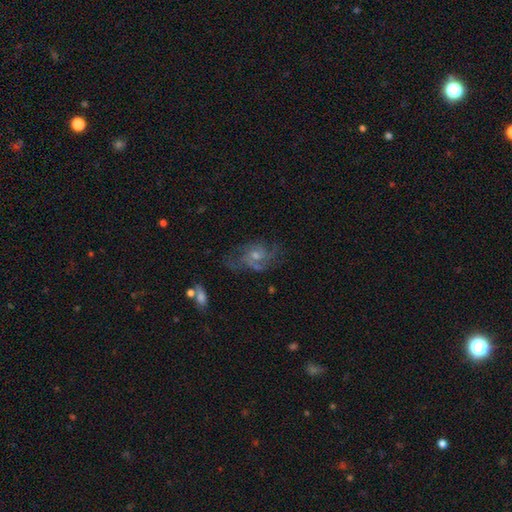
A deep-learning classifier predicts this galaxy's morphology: Overall: featured or disk (72%). Edge-on disk: no (96%). Bar: no (67%; weak 29%). Spiral arms: yes (89%). Spiral arm count: 2 (49%; can't tell 25%). Spiral winding: medium (48%; tight 32%). Bulge size: small (49%; moderate 42%). Merging: none (62%).